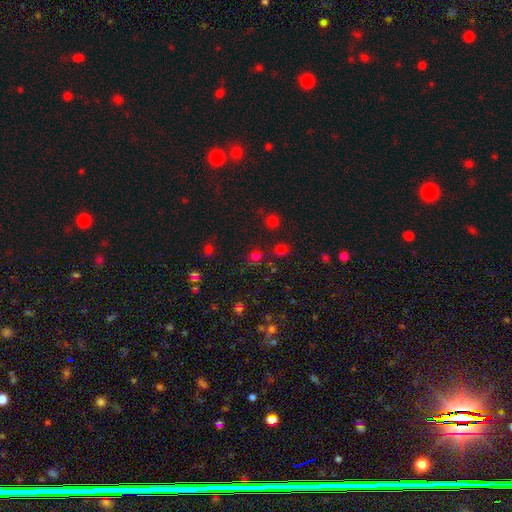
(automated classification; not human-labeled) Smooth or featured? Predicted: smooth (p=0.53). How rounded? Predicted: round (p=0.80). Merging? Predicted: none (p=0.74).